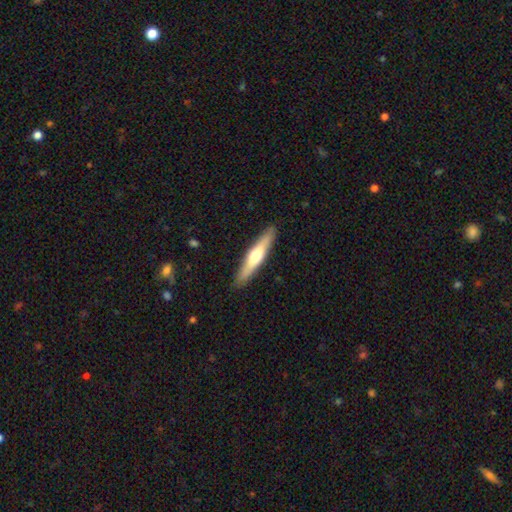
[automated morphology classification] Smooth or featured: featured or disk — 48% (smooth — 47%)
Merging: none — 90% (minor disturbance — 8%)